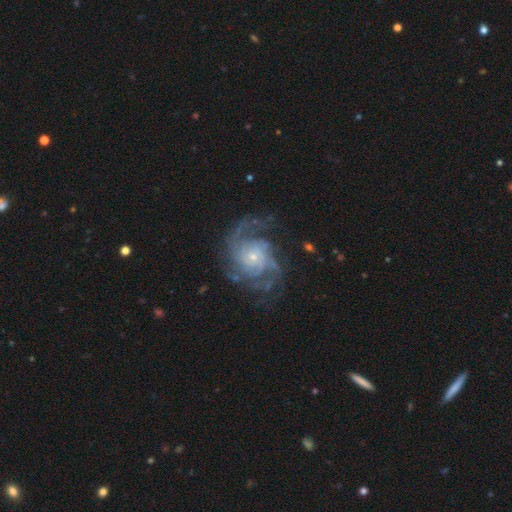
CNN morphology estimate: type=featured or disk (88%); edge-on=no (98%); bar=no (74%); spiral arms=yes (97%); winding=tight (45%); arm count=2 (34%); bulge=small (74%); merging=none (70%).